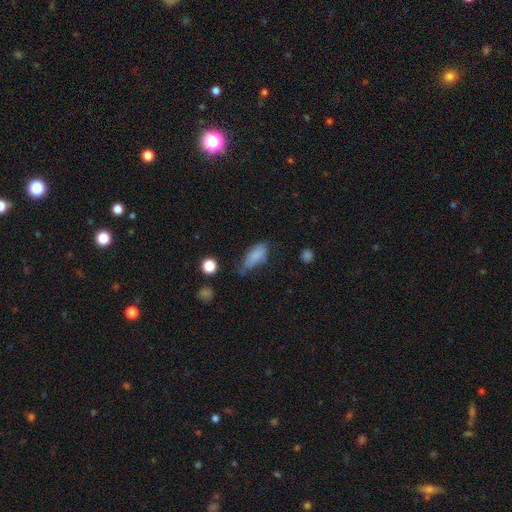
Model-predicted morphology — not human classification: Q: Smooth or featured?
A: smooth (79%); runner-up: featured or disk (12%)
Q: How rounded?
A: in between (83%); runner-up: cigar-shaped (13%)
Q: Merging?
A: minor disturbance (39%); tied with: none (39%)